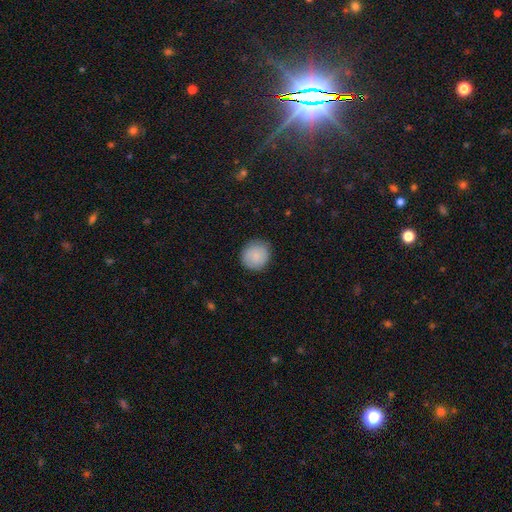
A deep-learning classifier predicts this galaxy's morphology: A smooth galaxy with no disk features (87%) that is round (89%).

Vote fractions:
- Smooth or featured? smooth: 87% / star or artifact: 7% / featured or disk: 6%
- How rounded? round: 89% / in between: 10% / cigar-shaped: 1%
- Merging? none: 86% / minor disturbance: 11% / major disturbance: 2% / merger: 1%